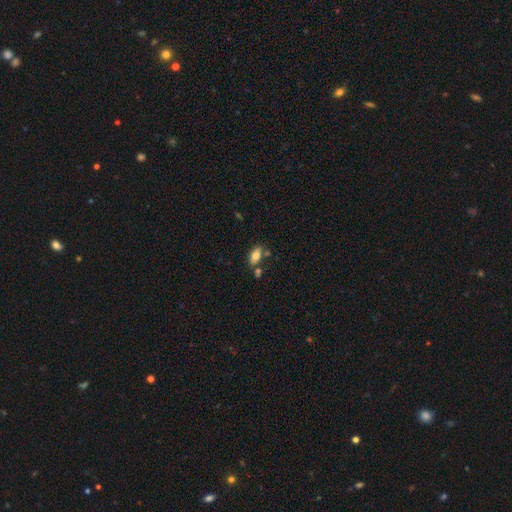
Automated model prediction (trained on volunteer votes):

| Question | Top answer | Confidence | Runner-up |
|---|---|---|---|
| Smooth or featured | smooth | 77% | featured or disk (14%) |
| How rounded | in between | 90% | cigar-shaped (5%) |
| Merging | none | 65% | merger (16%) |